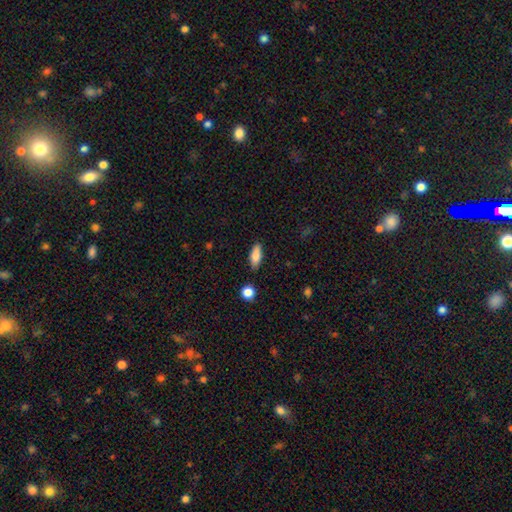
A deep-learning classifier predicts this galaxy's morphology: Smooth or featured? smooth (84%)
How rounded? in between (73%)
Merging? none (85%)